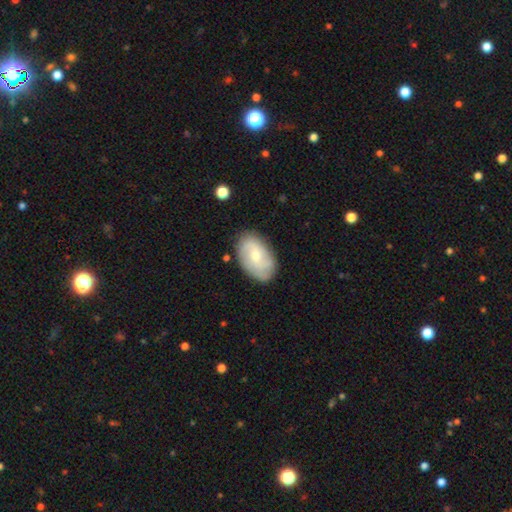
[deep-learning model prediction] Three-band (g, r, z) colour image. It shows a featured or disk galaxy (54%) with no bar (61%), spiral arms (79%) and a small central bulge (57%). Merging: none (80%).